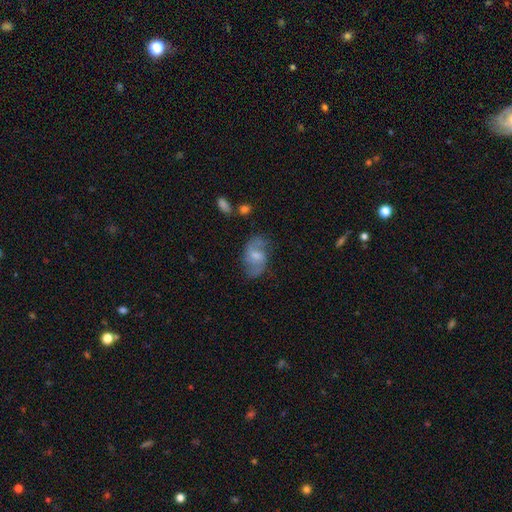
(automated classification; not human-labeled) This is possibly a featured or disk galaxy (58%). It is clearly not viewed edge-on (96%). Bar: possibly weak (53%). Spiral arm pattern: clearly yes (82%). Central bulge: marginally moderate (40%). Merging: likely none (65%).